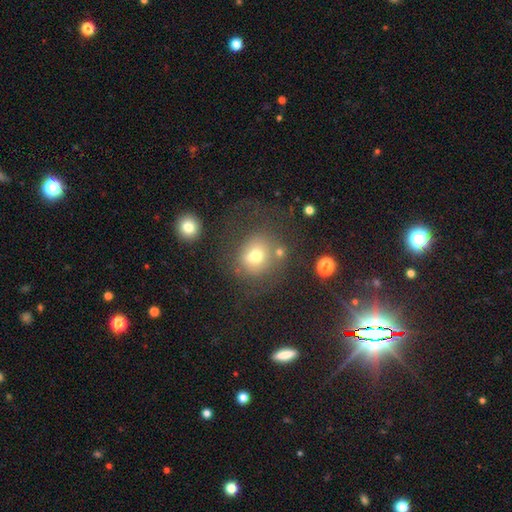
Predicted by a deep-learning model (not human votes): A smooth galaxy with no disk features (65%) that is round (80%).

Vote fractions:
- Smooth or featured? smooth: 65% / featured or disk: 20% / star or artifact: 15%
- How rounded? round: 80% / in between: 19% / cigar-shaped: 1%
- Merging? none: 53% / major disturbance: 19% / minor disturbance: 17% / merger: 11%